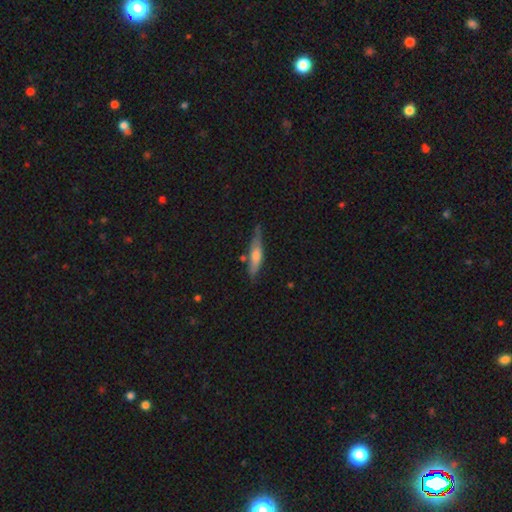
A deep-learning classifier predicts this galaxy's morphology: featured or disk 49%, smooth 45%, star or artifact 6%. Down the decision tree: merging — none (72%).